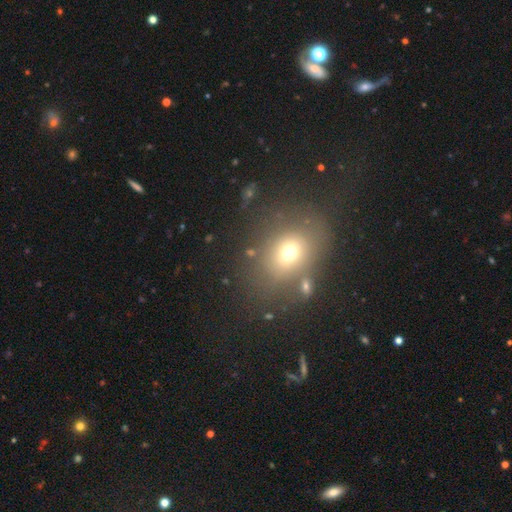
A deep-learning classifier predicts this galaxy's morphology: A smooth galaxy with no disk features (62%) that is in between round and cigar-shaped (53%).

Vote fractions:
- Smooth or featured? smooth: 62% / star or artifact: 22% / featured or disk: 16%
- How rounded? in between: 53% / round: 45% / cigar-shaped: 1%
- Merging? none: 70% / minor disturbance: 14% / major disturbance: 9% / merger: 7%